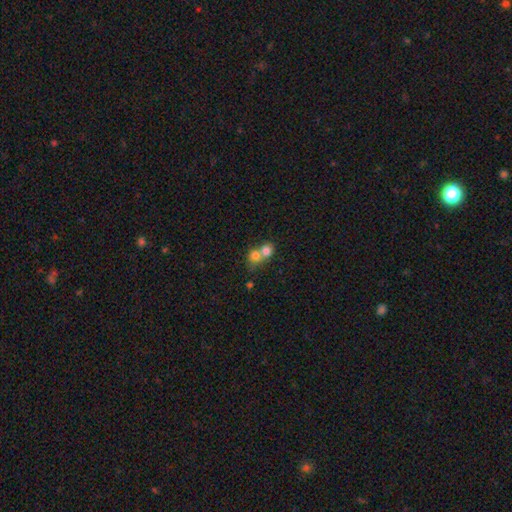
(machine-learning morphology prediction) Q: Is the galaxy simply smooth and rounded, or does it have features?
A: smooth — 76%.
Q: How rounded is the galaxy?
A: round — 73%.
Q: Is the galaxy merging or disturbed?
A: merger — 68%.